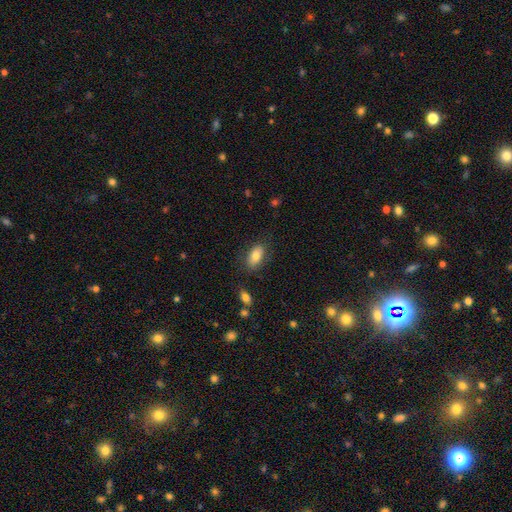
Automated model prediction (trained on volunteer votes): Overall: smooth (78%). How rounded: in between (90%). Merging: none (79%).